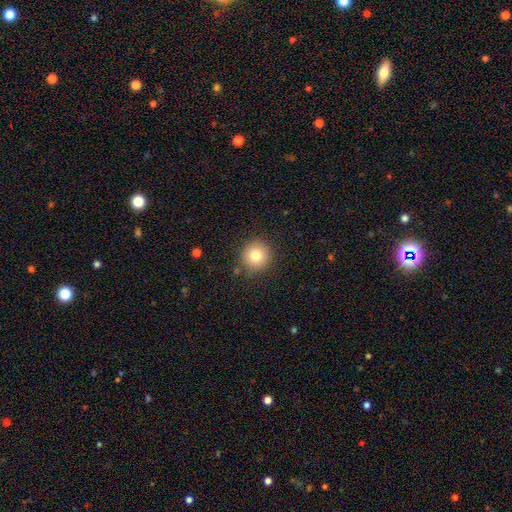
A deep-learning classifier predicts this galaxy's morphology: smooth 79%, star or artifact 11%, featured or disk 9%. Down the decision tree: how rounded — round (92%); merging — none (87%).